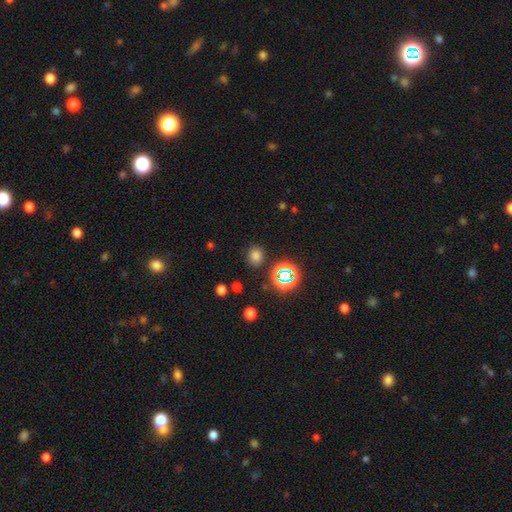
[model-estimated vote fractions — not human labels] Smooth or featured? Predicted: smooth (p=0.71). How rounded? Predicted: round (p=0.66). Merging? Predicted: none (p=0.83).